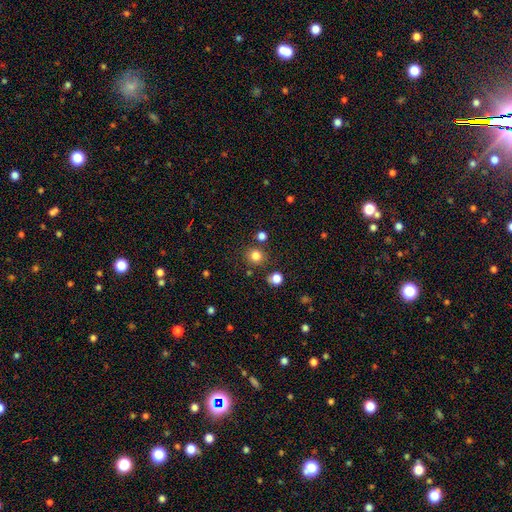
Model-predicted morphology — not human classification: smooth-or-featured: smooth: 81% | star or artifact: 14% | featured or disk: 5%
  how-rounded: round: 91% | in between: 8% | cigar-shaped: 1%
  merging: none: 82% | minor disturbance: 8% | merger: 7% | major disturbance: 3%